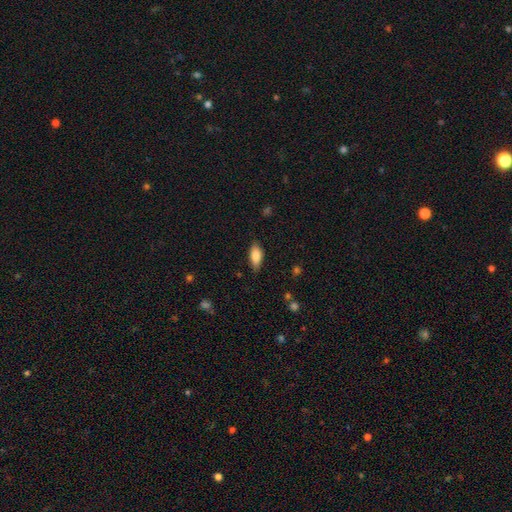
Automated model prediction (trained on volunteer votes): Smooth or featured: smooth — 82% (featured or disk — 11%)
How rounded: in between — 84% (cigar-shaped — 13%)
Merging: none — 81% (minor disturbance — 15%)